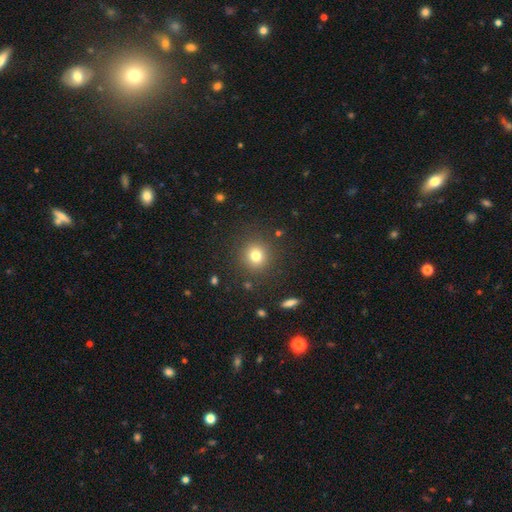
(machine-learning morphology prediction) The model was most divided on "smooth or featured": smooth: 78%, star or artifact: 14%, featured or disk: 8%. More confident: how rounded — round (91%); merging — none (88%).